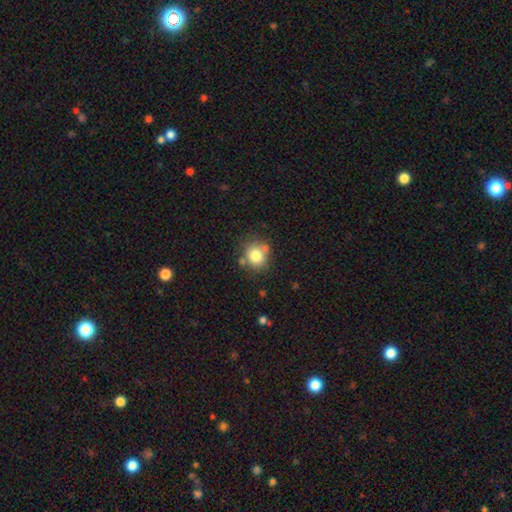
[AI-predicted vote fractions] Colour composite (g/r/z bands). It shows a smooth galaxy with no disk features (78%) that is round (78%). Merging: none (69%).